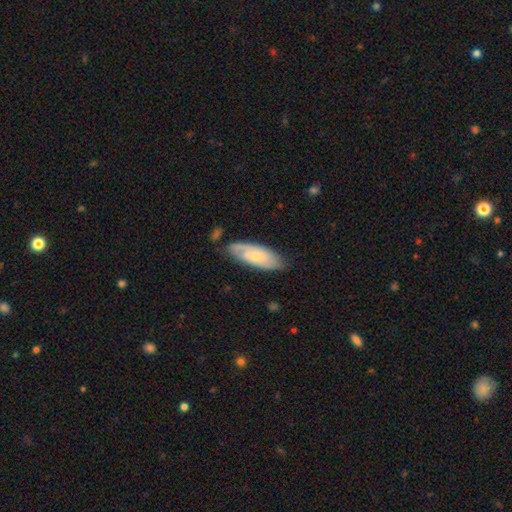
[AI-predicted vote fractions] smooth-or-featured: smooth: 48% | featured or disk: 46% | star or artifact: 6%
  merging: none: 68% | minor disturbance: 23% | major disturbance: 5% | merger: 3%